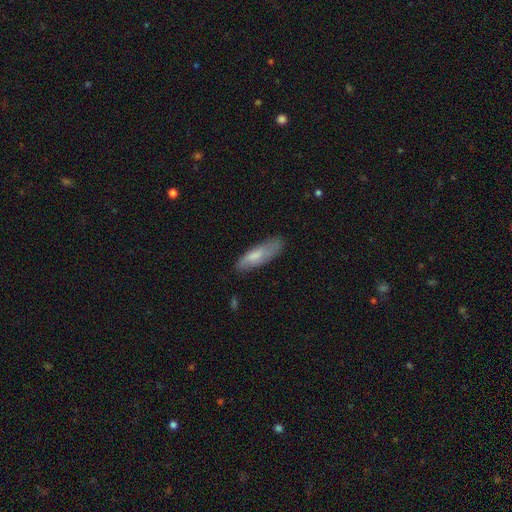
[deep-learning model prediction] smooth-or-featured: smooth: 73% | featured or disk: 21% | star or artifact: 6%
  how-rounded: cigar-shaped: 53% | in between: 46% | round: 2%
  merging: none: 69% | minor disturbance: 23% | major disturbance: 6% | merger: 2%